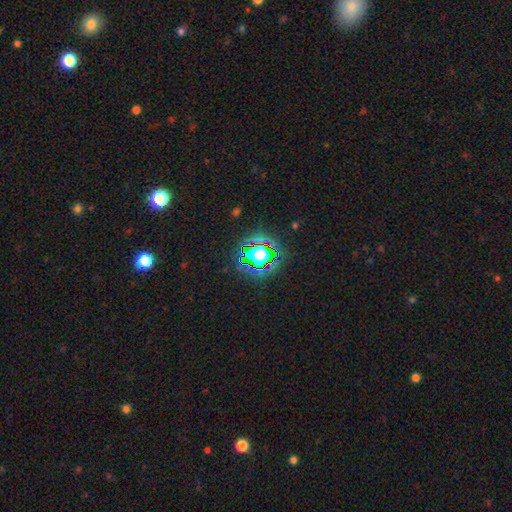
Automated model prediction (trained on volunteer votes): This is likely a star or artifact rather than a galaxy (63%).